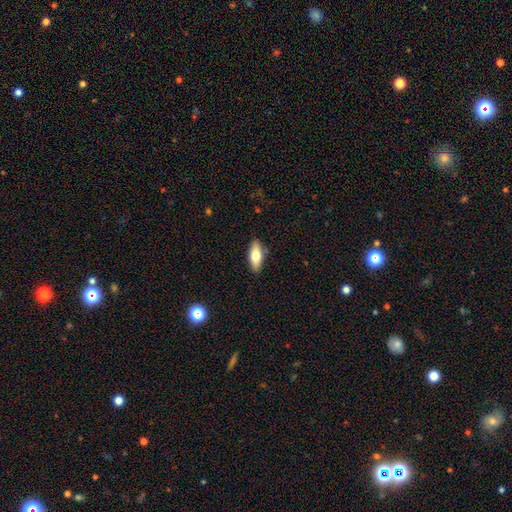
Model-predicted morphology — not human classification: Q: Smooth or featured?
A: smooth (70%); runner-up: featured or disk (24%)
Q: How rounded?
A: in between (74%); runner-up: cigar-shaped (23%)
Q: Merging?
A: none (86%); runner-up: minor disturbance (10%)